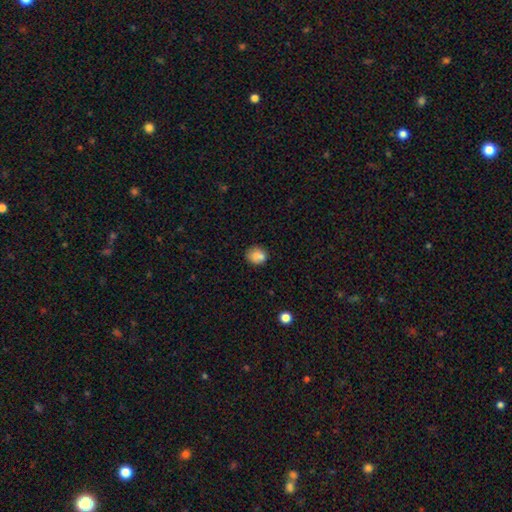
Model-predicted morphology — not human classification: smooth 81%, star or artifact 10%, featured or disk 9%. Down the decision tree: how rounded — round (64%); merging — none (66%).